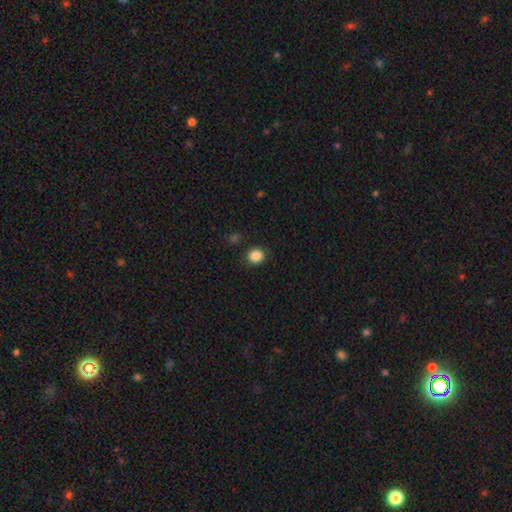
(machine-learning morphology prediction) This appears to be a smooth galaxy with no disk features (86%) that is round (86%). Merging: none (89%).